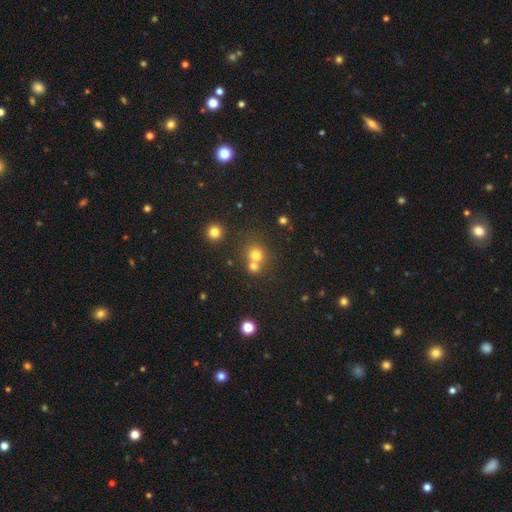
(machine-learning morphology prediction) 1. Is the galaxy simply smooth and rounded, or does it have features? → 73% smooth, 17% star or artifact, 10% featured or disk.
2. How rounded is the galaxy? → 84% round, 15% in between, 1% cigar-shaped.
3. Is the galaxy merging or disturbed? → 49% none, 41% merger, 7% minor disturbance, 3% major disturbance.